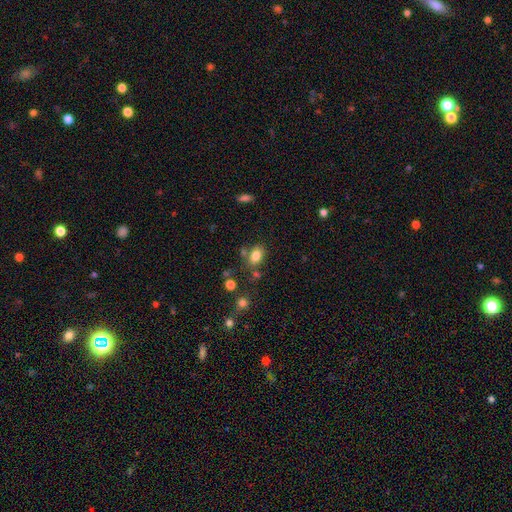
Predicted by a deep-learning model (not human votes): smooth_or_featured: smooth (p=0.82) [alt: star or artifact p=0.10]
how_rounded: in between (p=0.82) [alt: round p=0.17]
merging: none (p=0.69) [alt: minor disturbance p=0.15]